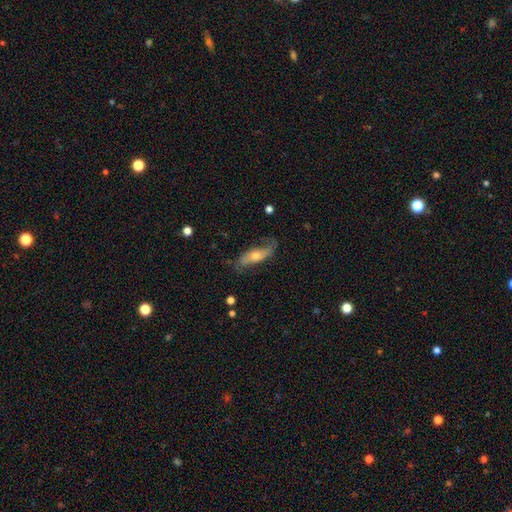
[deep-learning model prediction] Overall: featured or disk (56%; smooth 36%). Edge-on disk: no (66%; yes 34%). Merging: none (67%).